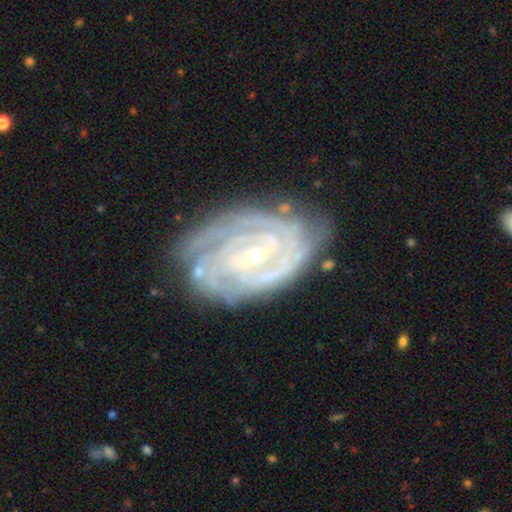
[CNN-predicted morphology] Smooth or featured?
  - featured or disk: 89% *
  - star or artifact: 6%
  - smooth: 5%
Edge-on disk?
  - no: 97% *
  - yes: 3%
Bar?
  - weak: 41% *
  - no: 40%
  - strong: 20%
Spiral arms?
  - yes: 97% *
  - no: 3%
Spiral winding?
  - tight: 78% *
  - medium: 19%
  - loose: 3%
Spiral arm count?
  - can't tell: 25% *
  - 3: 23%
  - 2: 21%
  - 4: 18%
  - more than 4: 7%
  - 1: 6%
Bulge size?
  - small: 74% *
  - moderate: 22%
  - none: 1%
  - large: 1%
  - dominant: 1%
Merging?
  - none: 71% *
  - minor disturbance: 20%
  - major disturbance: 7%
  - merger: 2%